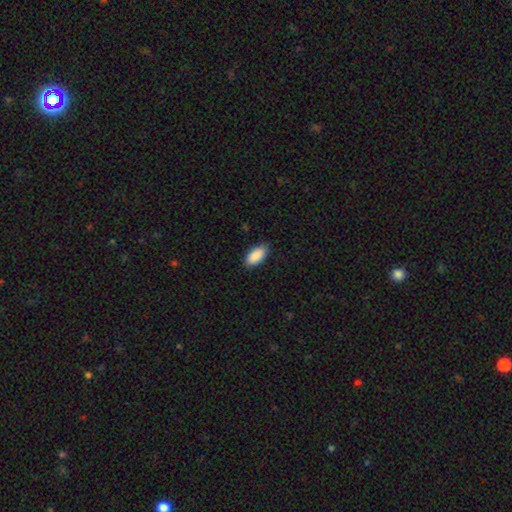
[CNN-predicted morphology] Overall: smooth (90%). How rounded: in between (93%). Merging: none (84%).